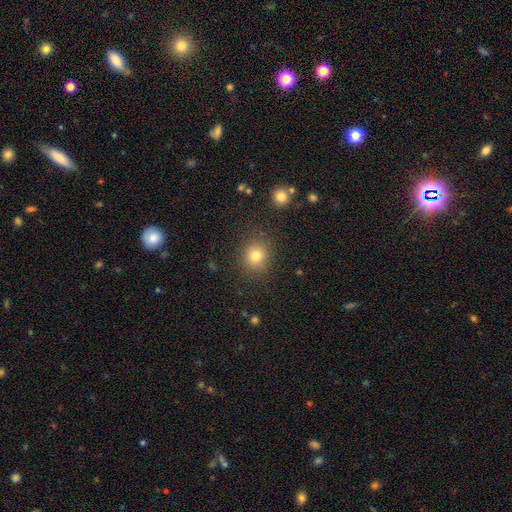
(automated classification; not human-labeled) smooth-or-featured: smooth: 79% | star or artifact: 13% | featured or disk: 7%
  how-rounded: round: 83% | in between: 16% | cigar-shaped: 1%
  merging: none: 85% | minor disturbance: 9% | major disturbance: 4% | merger: 2%